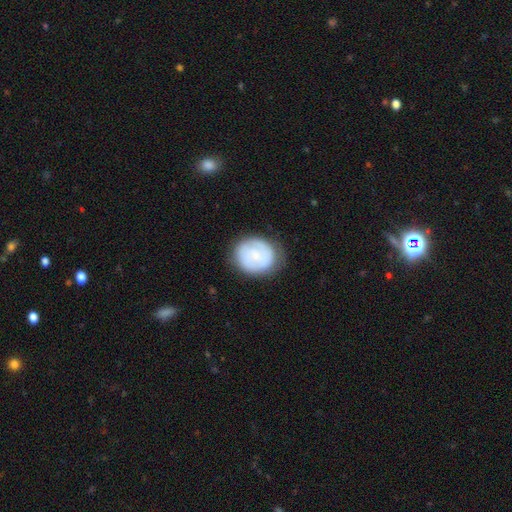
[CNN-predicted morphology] Smooth or featured? Predicted: smooth (p=0.58). How rounded? Predicted: round (p=0.73). Merging? Predicted: none (p=0.74).